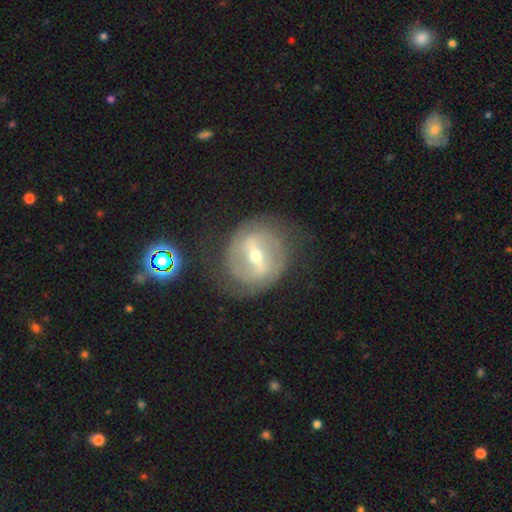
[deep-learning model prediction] Overall: featured or disk (82%). Edge-on disk: no (95%). Bar: strong (64%; weak 29%). Spiral arms: yes (78%). Spiral arm count: 2 (69%). Spiral winding: tight (44%; medium 38%). Bulge size: small (52%; moderate 45%). Merging: none (75%).